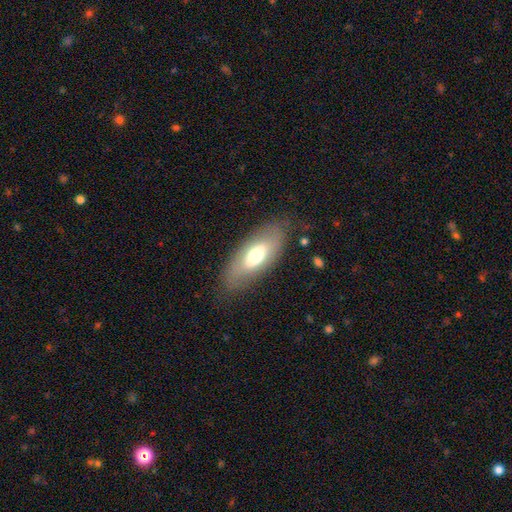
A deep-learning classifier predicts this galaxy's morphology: Q: Smooth or featured?
A: smooth (61%); runner-up: featured or disk (32%)
Q: How rounded?
A: in between (83%); runner-up: cigar-shaped (14%)
Q: Merging?
A: none (77%); runner-up: minor disturbance (15%)